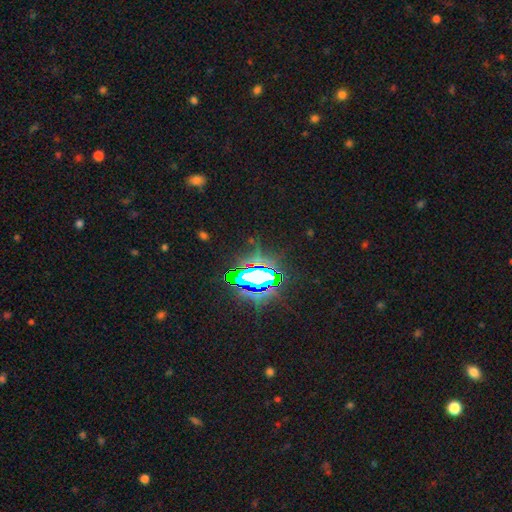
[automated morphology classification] A star or artifact, not a galaxy (74%).

Vote fractions:
- Smooth or featured? star or artifact: 74% / smooth: 14% / featured or disk: 12%